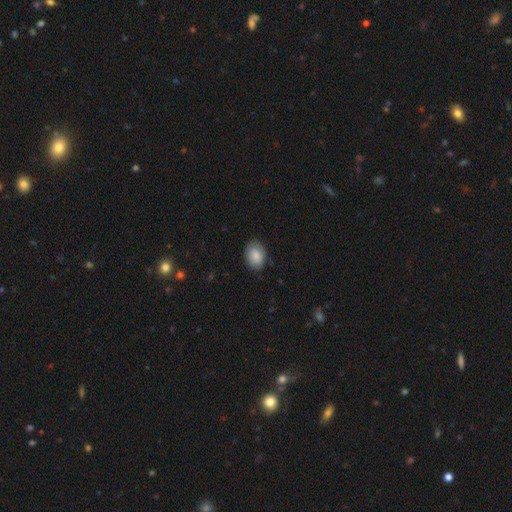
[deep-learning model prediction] Q: Smooth or featured?
A: smooth (85%); runner-up: featured or disk (9%)
Q: How rounded?
A: in between (76%); runner-up: round (23%)
Q: Merging?
A: none (82%); runner-up: minor disturbance (14%)